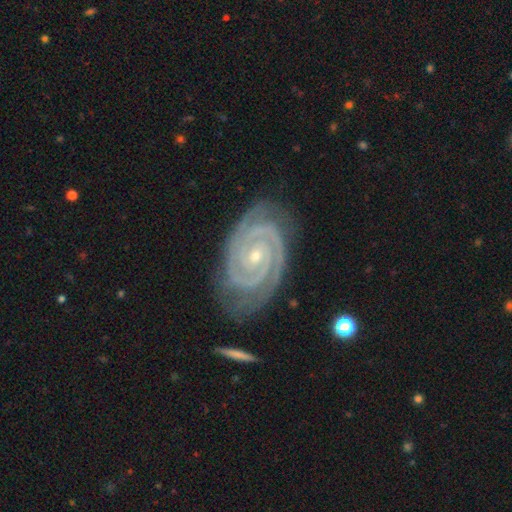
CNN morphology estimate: Smooth or featured? featured or disk (93%)
Edge-on disk? no (98%)
Bar? no (63%)
Spiral arms? yes (99%)
Spiral winding? tight (85%)
Spiral arm count? 2 (78%)
Bulge size? small (74%)
Merging? none (77%)